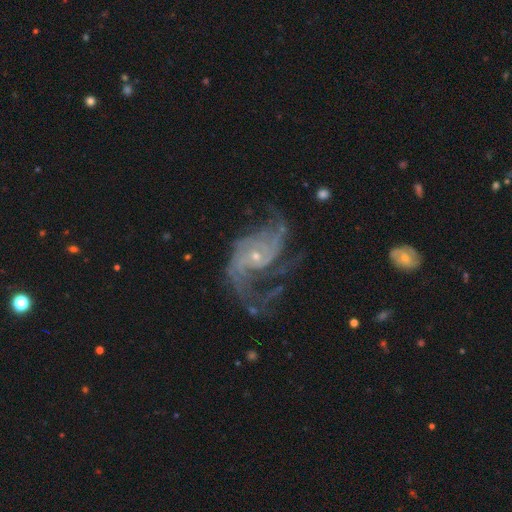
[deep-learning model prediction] Morphology: type=featured or disk (89%); edge-on=no (97%); bar=no (68%); spiral arms=yes (96%); winding=medium (47%); arm count=2 (45%); bulge=small (77%); merging=none (50%).